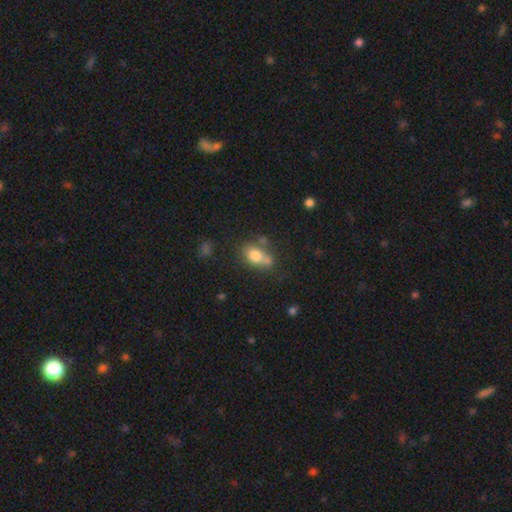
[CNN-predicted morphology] smooth-or-featured: smooth: 76% | featured or disk: 14% | star or artifact: 10%
  how-rounded: in between: 71% | round: 27% | cigar-shaped: 3%
  merging: none: 43% | merger: 30% | minor disturbance: 19% | major disturbance: 8%